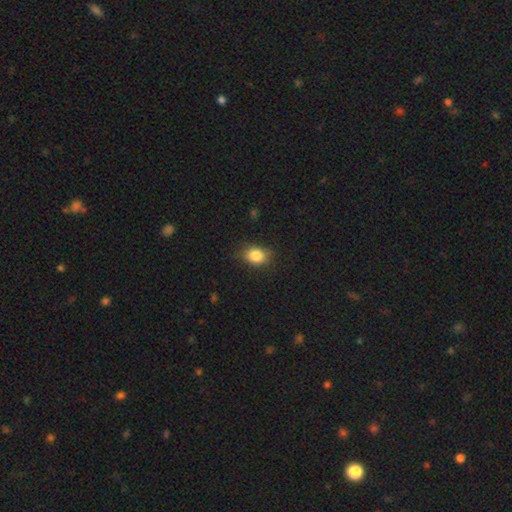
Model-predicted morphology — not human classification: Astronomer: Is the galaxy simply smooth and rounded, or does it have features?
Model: smooth — 84%.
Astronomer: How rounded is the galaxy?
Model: in between — 58% (runner-up: round, 41%).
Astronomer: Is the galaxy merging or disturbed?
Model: none — 78%.